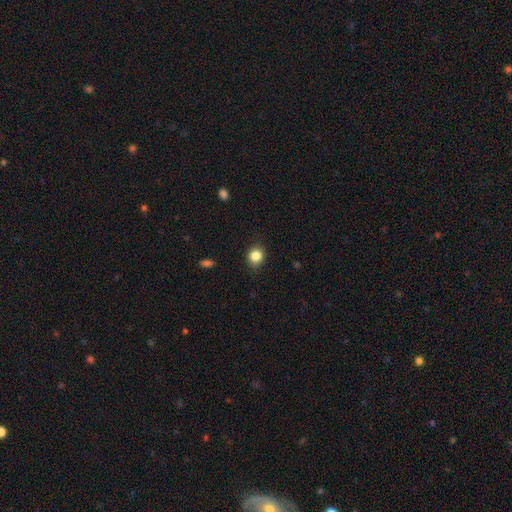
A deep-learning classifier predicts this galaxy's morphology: Overall: smooth (84%). How rounded: round (76%). Merging: none (82%).